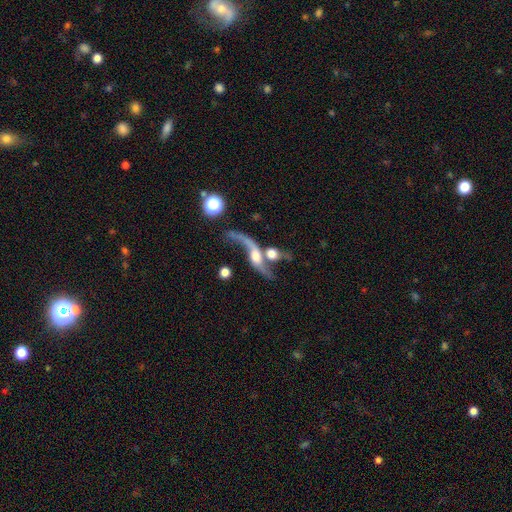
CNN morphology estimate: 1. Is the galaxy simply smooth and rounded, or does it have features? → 75% featured or disk, 14% smooth, 11% star or artifact.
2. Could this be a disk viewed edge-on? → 76% no, 24% yes.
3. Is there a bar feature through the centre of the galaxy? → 61% no, 26% weak, 12% strong.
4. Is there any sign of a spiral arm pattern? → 78% yes, 22% no.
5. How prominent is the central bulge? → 46% moderate, 26% small, 14% large, 10% none, 5% dominant.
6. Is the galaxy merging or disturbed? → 40% merger, 28% none, 20% major disturbance, 11% minor disturbance.